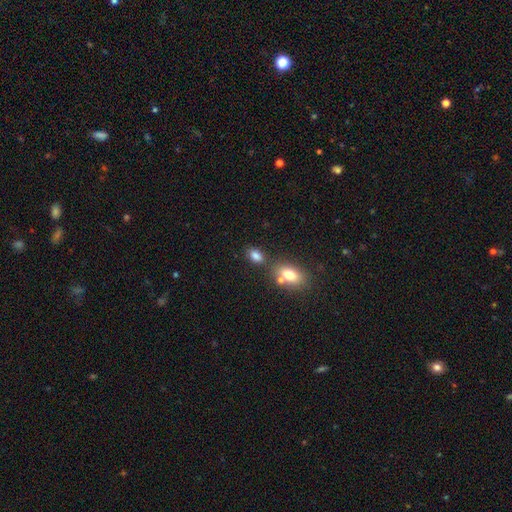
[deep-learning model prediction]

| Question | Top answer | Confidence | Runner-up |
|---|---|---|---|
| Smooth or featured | smooth | 83% | star or artifact (10%) |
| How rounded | in between | 86% | round (12%) |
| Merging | none | 63% | merger (19%) |